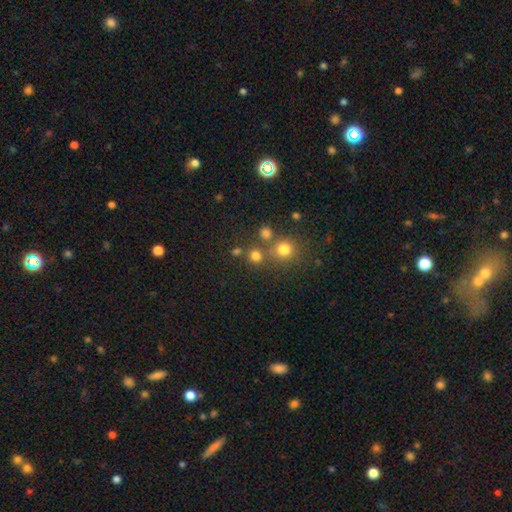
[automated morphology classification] Q: Smooth or featured?
A: smooth (75%); runner-up: star or artifact (19%)
Q: How rounded?
A: round (89%); runner-up: in between (10%)
Q: Merging?
A: none (70%); runner-up: merger (20%)